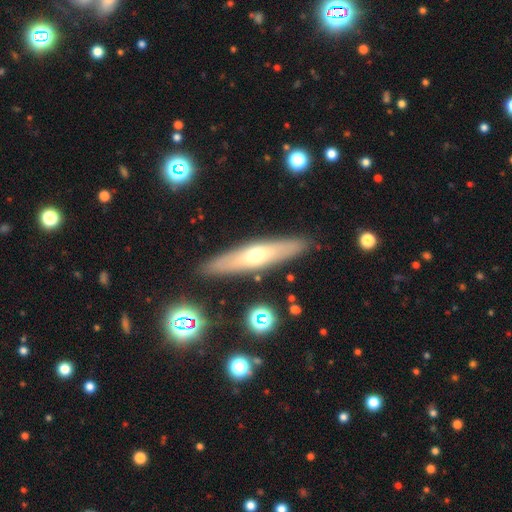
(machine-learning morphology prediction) A featured or disk galaxy (47%). Merging: none (89%).